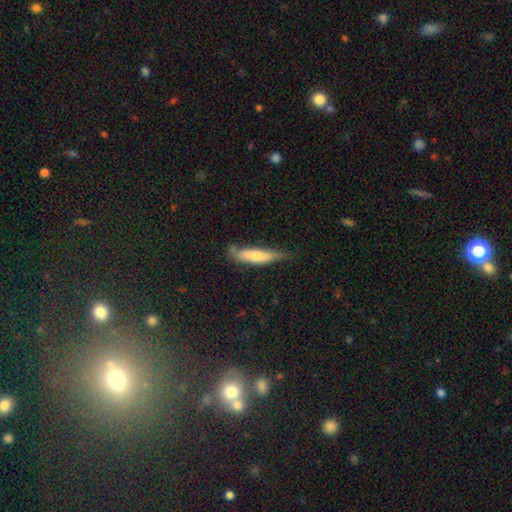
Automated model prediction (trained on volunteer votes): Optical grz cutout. It shows a smooth galaxy with no disk features (67%) that is cigar-shaped (79%). Merging: none (62%).